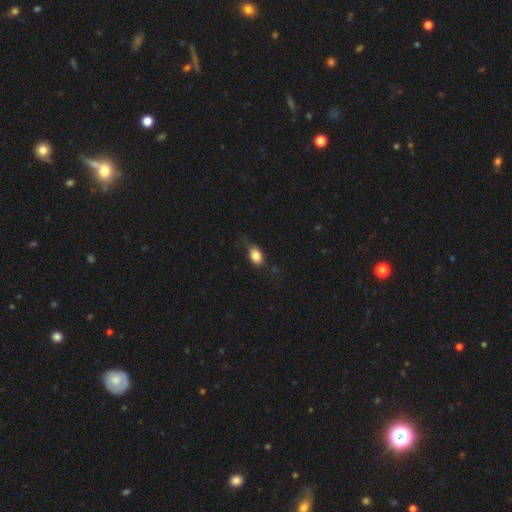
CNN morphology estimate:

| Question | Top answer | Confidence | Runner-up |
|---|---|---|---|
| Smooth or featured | smooth | 82% | featured or disk (9%) |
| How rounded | in between | 81% | round (17%) |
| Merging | none | 61% | minor disturbance (27%) |